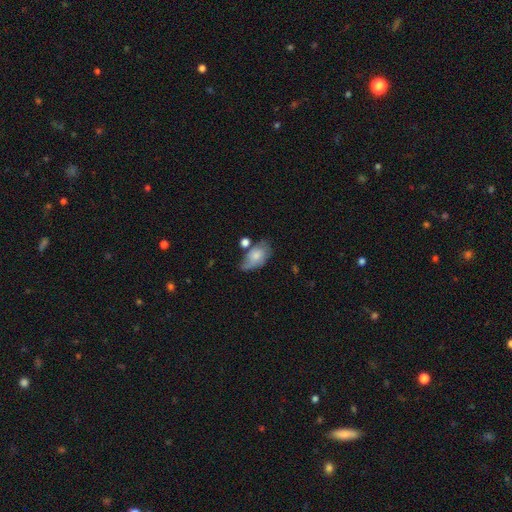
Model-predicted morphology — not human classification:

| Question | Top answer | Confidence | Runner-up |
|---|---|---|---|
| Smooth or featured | smooth | 68% | featured or disk (24%) |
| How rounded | in between | 89% | round (9%) |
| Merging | none | 41% | minor disturbance (32%) |